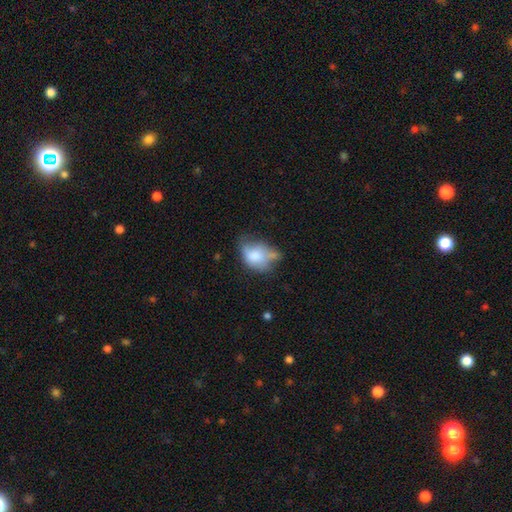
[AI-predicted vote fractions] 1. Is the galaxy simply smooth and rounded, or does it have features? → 65% smooth, 26% featured or disk, 9% star or artifact.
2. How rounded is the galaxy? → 71% in between, 27% round, 2% cigar-shaped.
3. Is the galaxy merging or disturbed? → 34% minor disturbance, 28% none, 23% major disturbance, 16% merger.